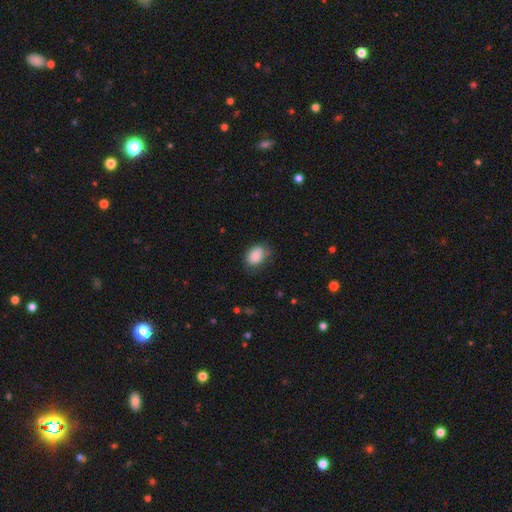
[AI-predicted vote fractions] Smooth or featured?
  - smooth: 85% *
  - star or artifact: 7%
  - featured or disk: 7%
How rounded?
  - in between: 76% *
  - round: 23%
  - cigar-shaped: 1%
Merging?
  - none: 65% *
  - minor disturbance: 26%
  - major disturbance: 7%
  - merger: 2%